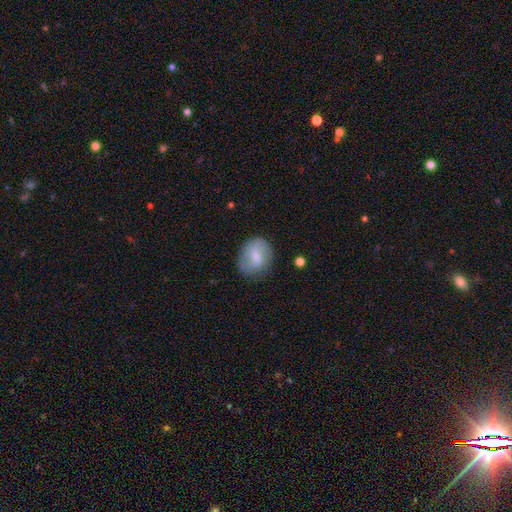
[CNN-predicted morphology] A smooth galaxy with no disk features (61%) that is round (53%).

Vote fractions:
- Smooth or featured? smooth: 61% / featured or disk: 32% / star or artifact: 7%
- How rounded? round: 53% / in between: 46% / cigar-shaped: 1%
- Merging? none: 75% / minor disturbance: 18% / major disturbance: 6% / merger: 2%